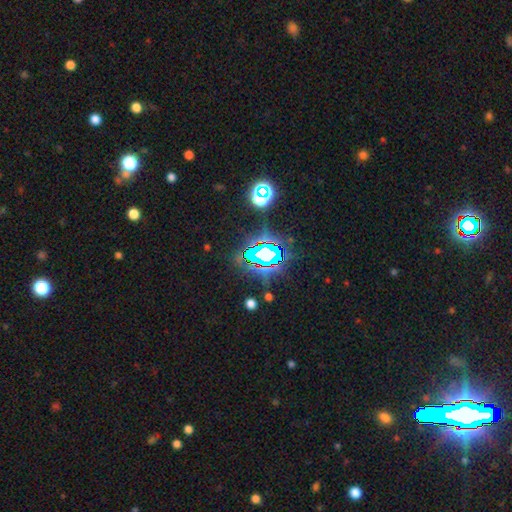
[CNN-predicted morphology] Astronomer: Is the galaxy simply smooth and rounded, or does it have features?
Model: star or artifact — 79%.